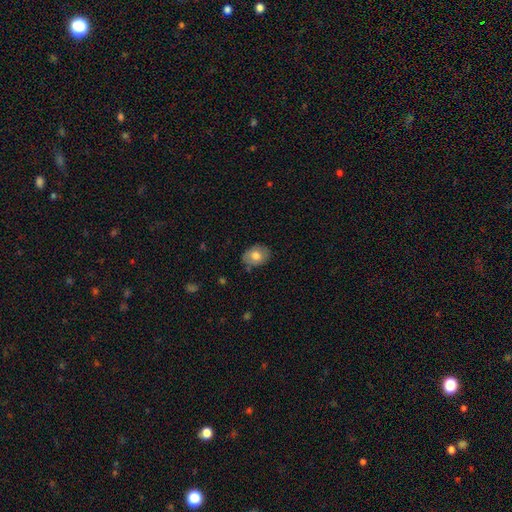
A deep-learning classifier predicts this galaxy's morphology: Overall: smooth (76%). How rounded: in between (69%; round 30%). Merging: none (81%).